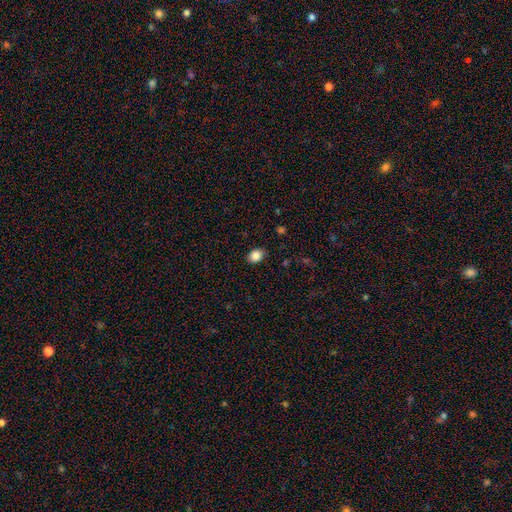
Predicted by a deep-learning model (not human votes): The model was most divided on "how rounded": in between: 65%, round: 34%, cigar-shaped: 1%. More confident: merging — none (87%); smooth or featured — smooth (86%).